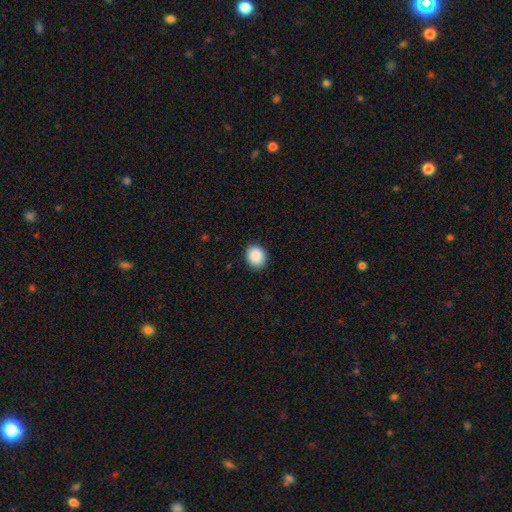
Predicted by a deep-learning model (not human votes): This appears to be a smooth galaxy with no disk features (89%) that is round (61%). Merging: none (89%).